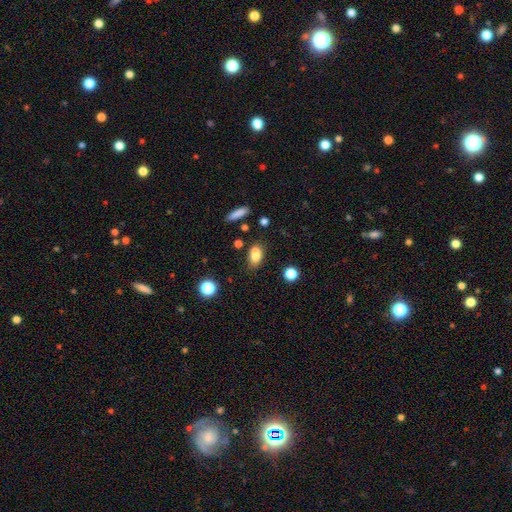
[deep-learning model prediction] A smooth galaxy with no disk features (82%) that is in between round and cigar-shaped (82%).

Vote fractions:
- Smooth or featured? smooth: 82% / star or artifact: 11% / featured or disk: 8%
- How rounded? in between: 82% / round: 9% / cigar-shaped: 9%
- Merging? none: 66% / minor disturbance: 19% / merger: 10% / major disturbance: 5%